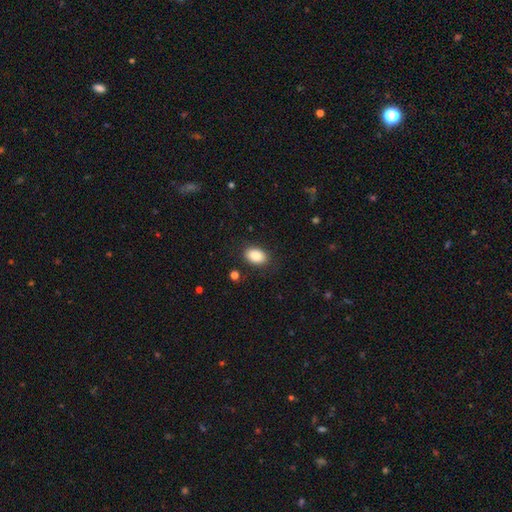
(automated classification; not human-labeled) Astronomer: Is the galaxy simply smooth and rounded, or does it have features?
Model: smooth — 88%.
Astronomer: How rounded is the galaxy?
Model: in between — 85%.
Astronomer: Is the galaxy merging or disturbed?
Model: none — 85%.